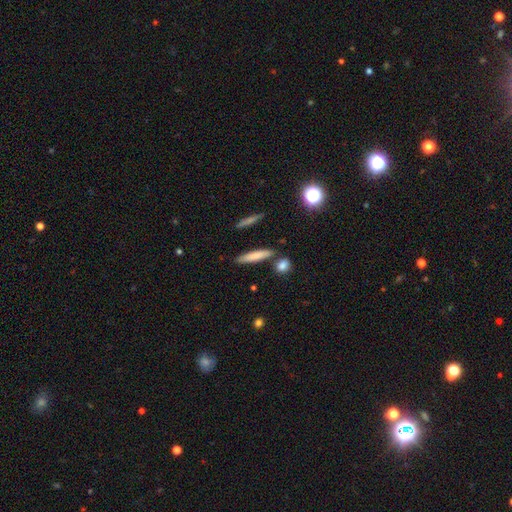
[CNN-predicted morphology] Q: Smooth or featured?
A: smooth (76%); runner-up: featured or disk (17%)
Q: How rounded?
A: cigar-shaped (83%); runner-up: in between (14%)
Q: Merging?
A: none (81%); runner-up: minor disturbance (10%)